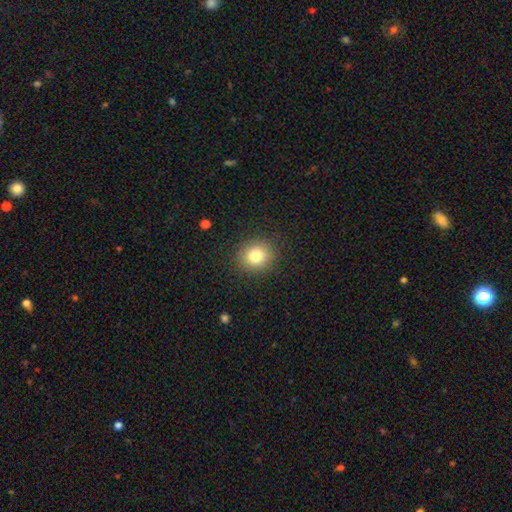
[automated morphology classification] Q: Smooth or featured?
A: smooth (80%); runner-up: star or artifact (11%)
Q: How rounded?
A: round (82%); runner-up: in between (17%)
Q: Merging?
A: none (89%); runner-up: minor disturbance (7%)